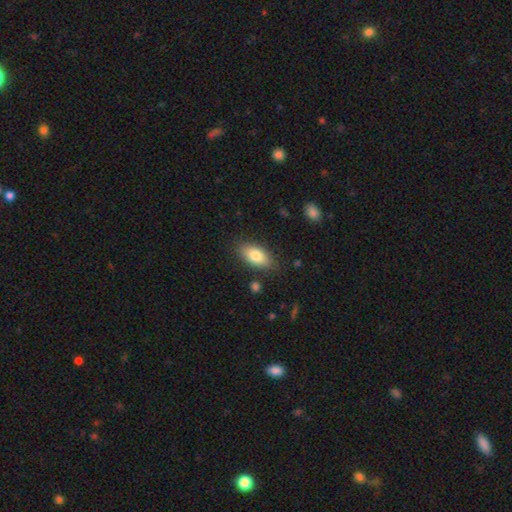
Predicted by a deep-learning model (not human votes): Overall: smooth (80%). How rounded: in between (90%). Merging: none (84%).